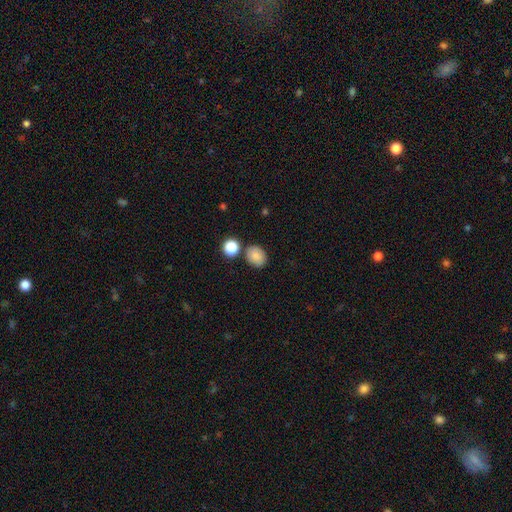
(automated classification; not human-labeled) Smooth or featured?
  - smooth: 85% *
  - star or artifact: 10%
  - featured or disk: 6%
How rounded?
  - in between: 57% *
  - round: 42%
  - cigar-shaped: 1%
Merging?
  - none: 77% *
  - minor disturbance: 12%
  - merger: 8%
  - major disturbance: 3%